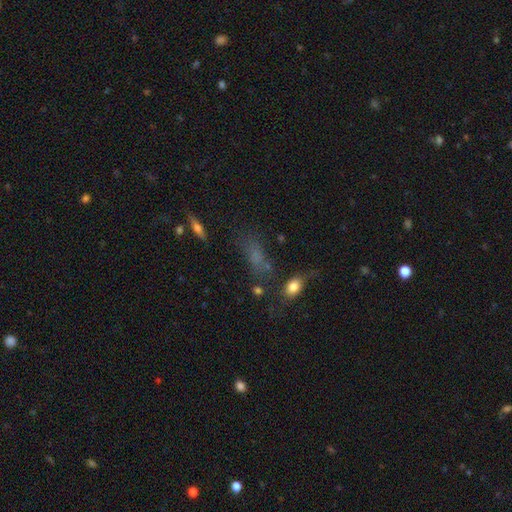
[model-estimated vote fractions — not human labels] Smooth or featured: smooth — 56% (star or artifact — 24%)
How rounded: in between — 60% (cigar-shaped — 26%)
Merging: none — 52% (minor disturbance — 20%)